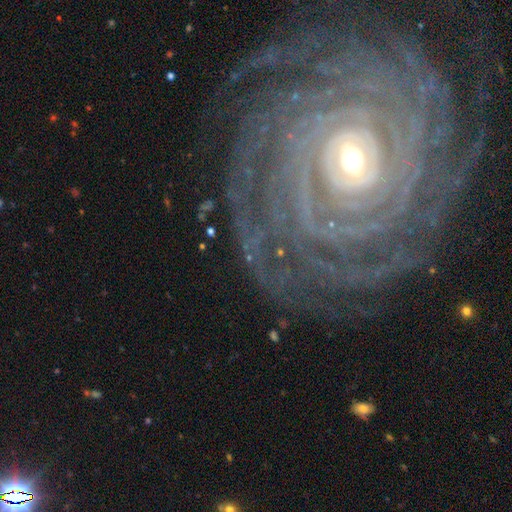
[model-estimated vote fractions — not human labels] Smooth or featured? featured or disk (90%)
Edge-on disk? no (97%)
Bar? no (43%)
Spiral arms? yes (98%)
Spiral winding? tight (89%)
Spiral arm count? more than 4 (38%)
Bulge size? moderate (53%)
Merging? none (82%)